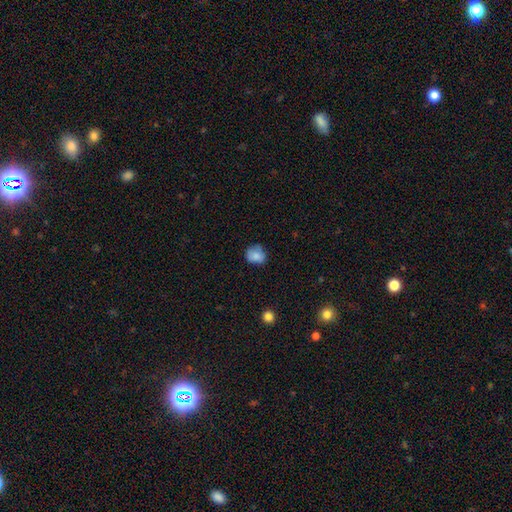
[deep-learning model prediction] Smooth or featured? smooth (81%)
How rounded? round (74%)
Merging? none (68%)